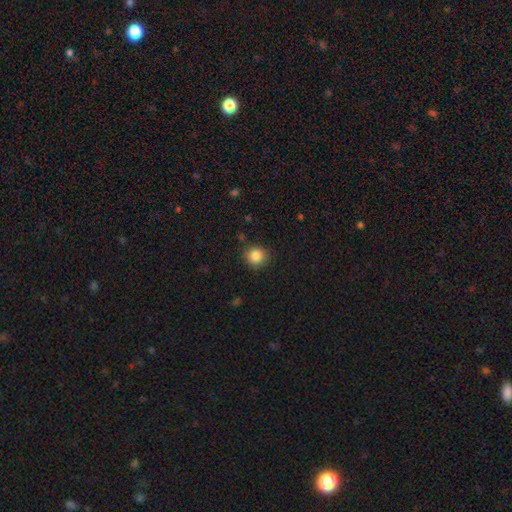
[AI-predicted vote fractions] Smooth or featured? Predicted: smooth (p=0.86). How rounded? Predicted: round (p=0.90). Merging? Predicted: none (p=0.86).